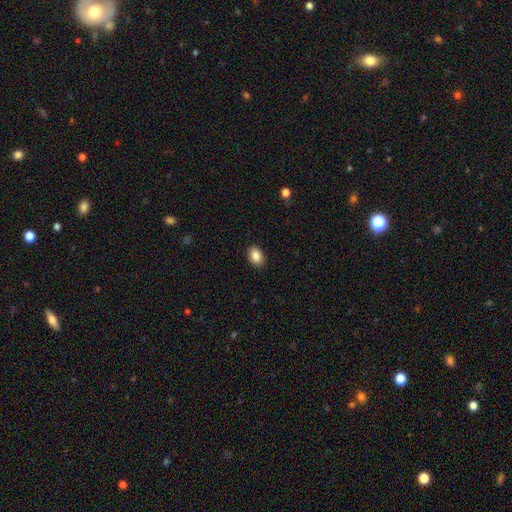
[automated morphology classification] Smooth or featured? Predicted: smooth (p=0.87). How rounded? Predicted: in between (p=0.81). Merging? Predicted: none (p=0.90).